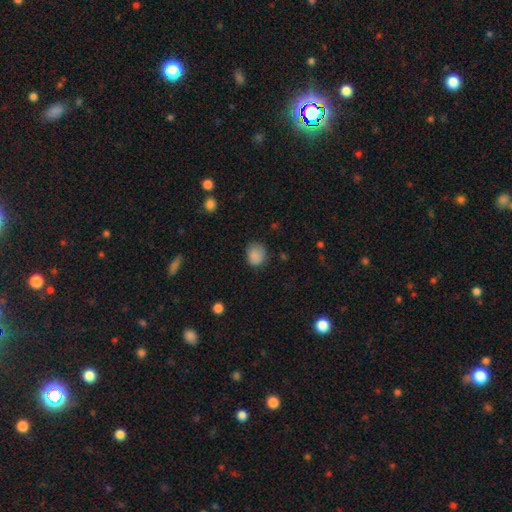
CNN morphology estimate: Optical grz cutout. It shows a smooth galaxy with no disk features (86%) that is round (71%). Merging: none (74%).